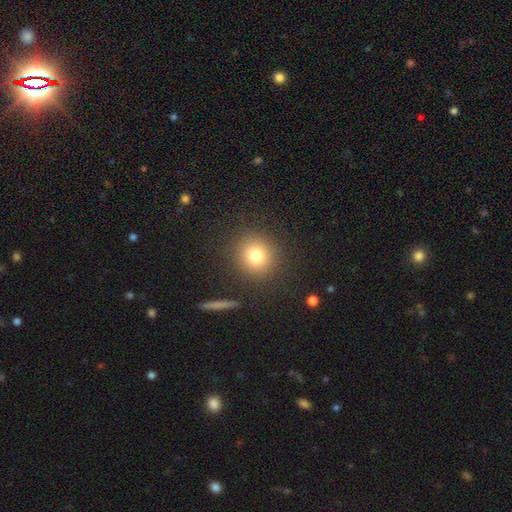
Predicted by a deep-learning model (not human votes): smooth_or_featured: smooth (p=0.77) [alt: star or artifact p=0.13]
how_rounded: round (p=0.90) [alt: in between p=0.09]
merging: none (p=0.88) [alt: minor disturbance p=0.07]